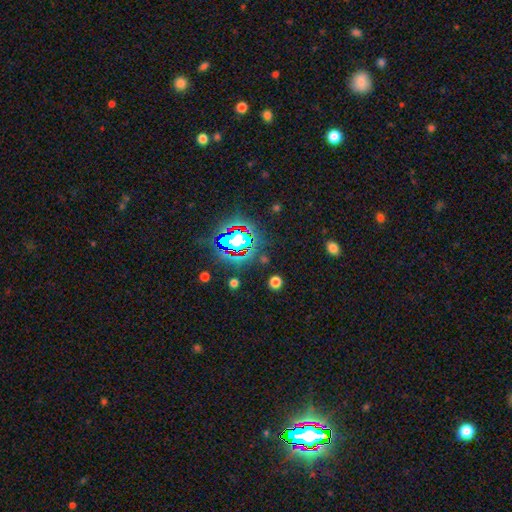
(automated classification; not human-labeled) Morphology: type=star or artifact (84%).